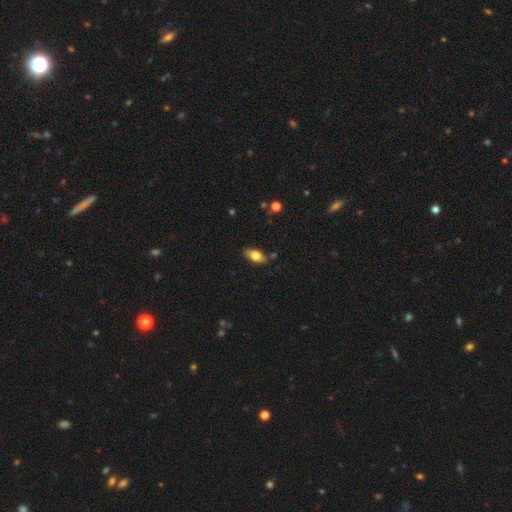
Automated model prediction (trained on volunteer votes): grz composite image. It shows a smooth galaxy with no disk features (76%) that is in between round and cigar-shaped (88%). Merging: none (82%).